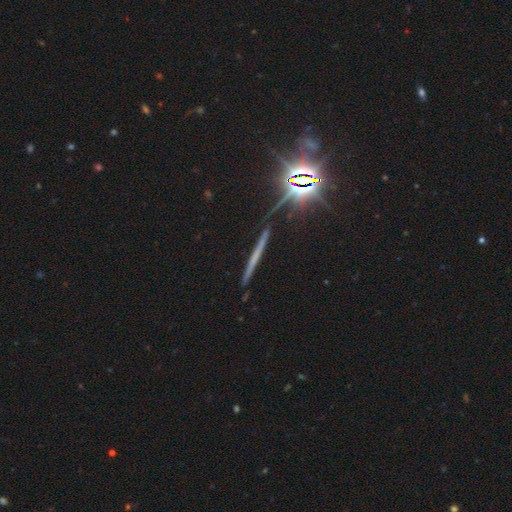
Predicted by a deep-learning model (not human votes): Overall: featured or disk (46%; star or artifact 28%). Merging: none (85%).